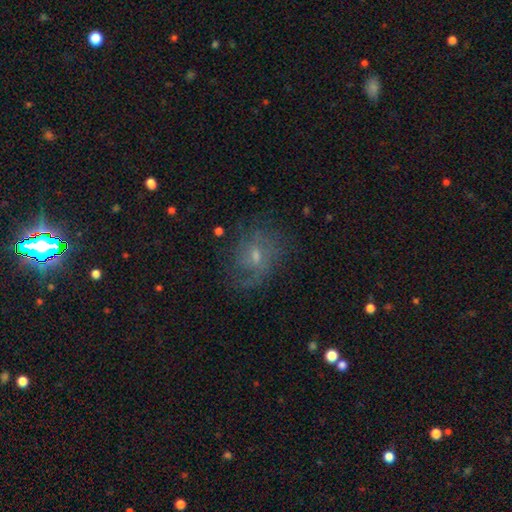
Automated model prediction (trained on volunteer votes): A featured or disk galaxy (57%) with no bar (54%), spiral arms (71%) and a small central bulge (54%). Merging: none (61%).